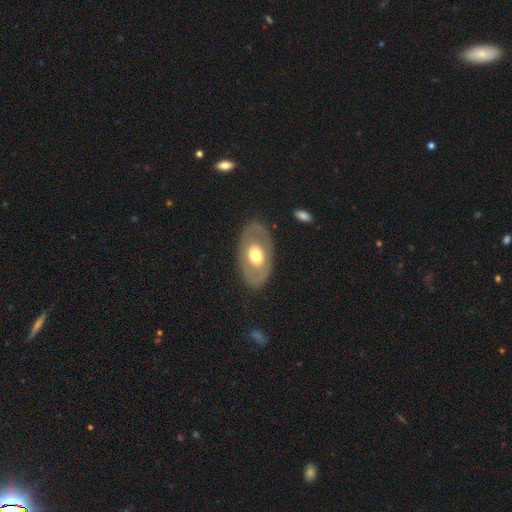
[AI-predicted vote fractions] Morphology: type=featured or disk (50%); edge-on=no (88%); merging=none (83%).